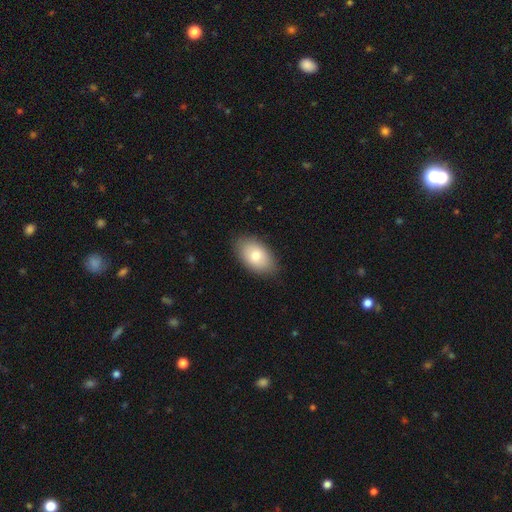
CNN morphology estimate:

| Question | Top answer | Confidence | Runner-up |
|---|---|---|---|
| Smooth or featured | smooth | 78% | featured or disk (15%) |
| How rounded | in between | 92% | round (6%) |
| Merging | none | 85% | minor disturbance (11%) |